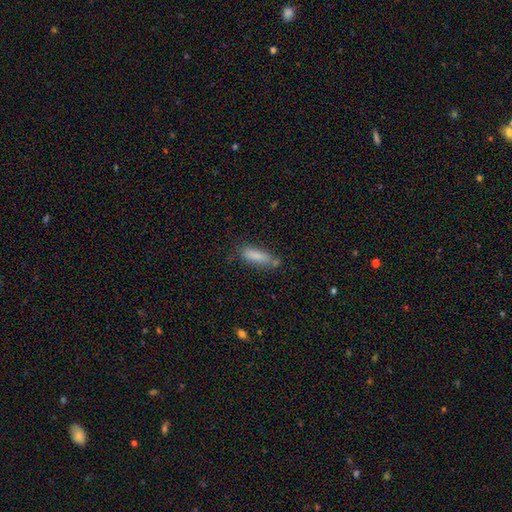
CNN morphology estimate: Smooth or featured? Predicted: smooth (p=0.84). How rounded? Predicted: cigar-shaped (p=0.51). Merging? Predicted: none (p=0.62).